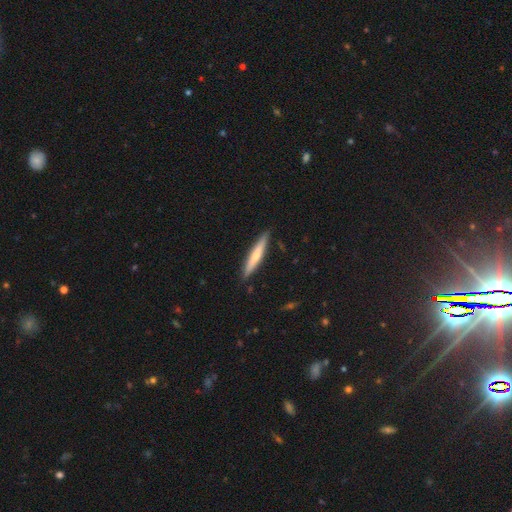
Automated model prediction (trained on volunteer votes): The model was most divided on "smooth or featured": smooth: 56%, featured or disk: 39%, star or artifact: 5%. More confident: how rounded — cigar-shaped (93%); merging — none (89%).